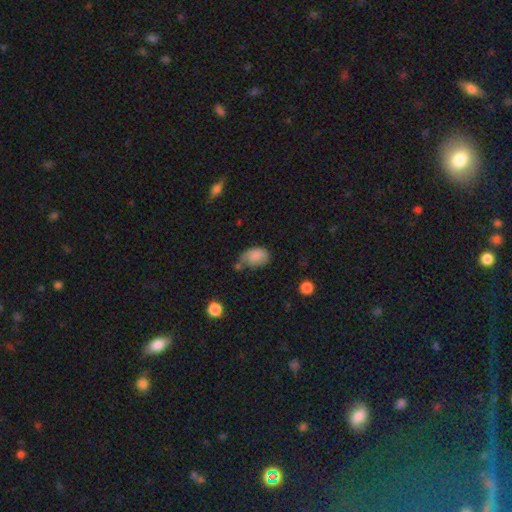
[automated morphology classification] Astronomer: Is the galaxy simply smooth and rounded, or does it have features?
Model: smooth — 79%.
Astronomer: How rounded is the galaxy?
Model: in between — 83%.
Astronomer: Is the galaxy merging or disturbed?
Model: none — 40% (runner-up: minor disturbance, 34%).